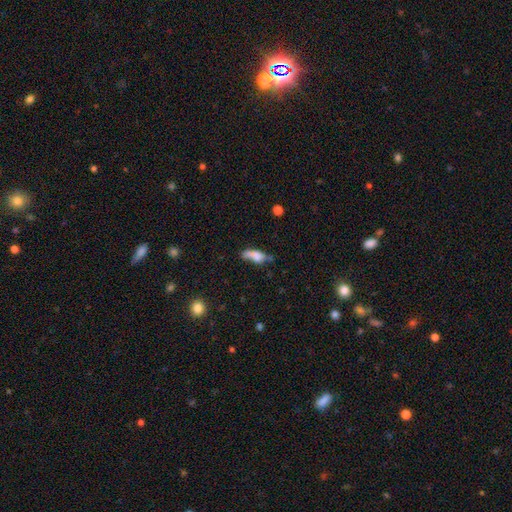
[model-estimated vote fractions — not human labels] smooth 66%, featured or disk 25%, star or artifact 10%. Down the decision tree: how rounded — in between (65%); merging — none (38%).